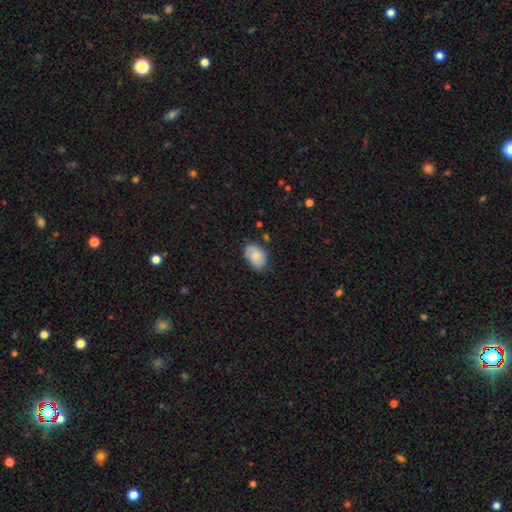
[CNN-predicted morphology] This appears to be a smooth galaxy with no disk features (73%) that is in between round and cigar-shaped (87%). Merging: none (66%).